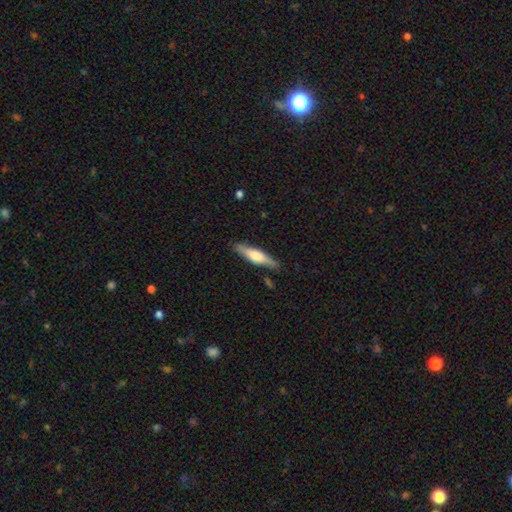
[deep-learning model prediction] A smooth galaxy with no disk features (50%). Merging: none (84%).